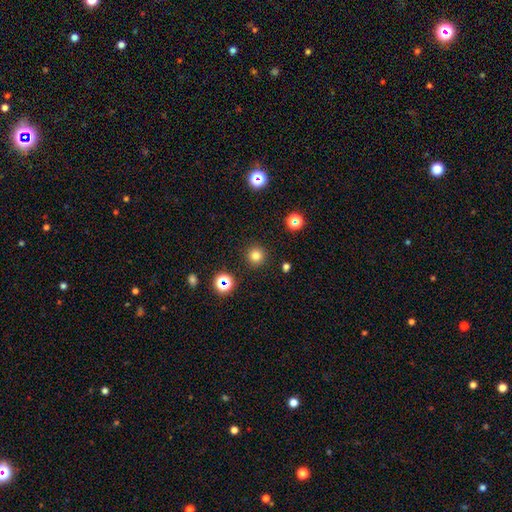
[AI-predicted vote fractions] This appears to be a smooth galaxy with no disk features (77%) that is round (96%). Merging: none (90%).